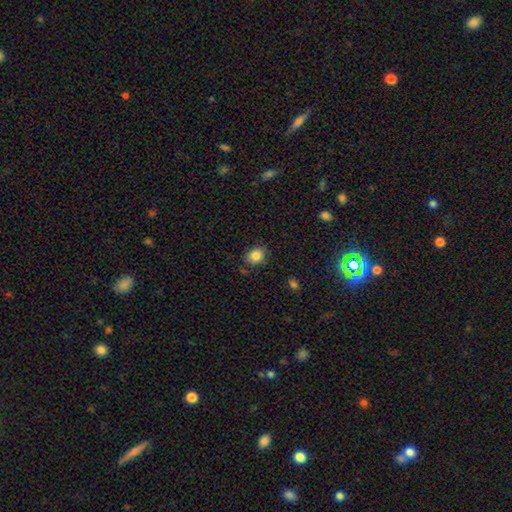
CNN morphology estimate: smooth-or-featured: smooth: 84% | star or artifact: 9% | featured or disk: 6%
  how-rounded: round: 57% | in between: 42% | cigar-shaped: 1%
  merging: none: 83% | minor disturbance: 12% | major disturbance: 3% | merger: 2%